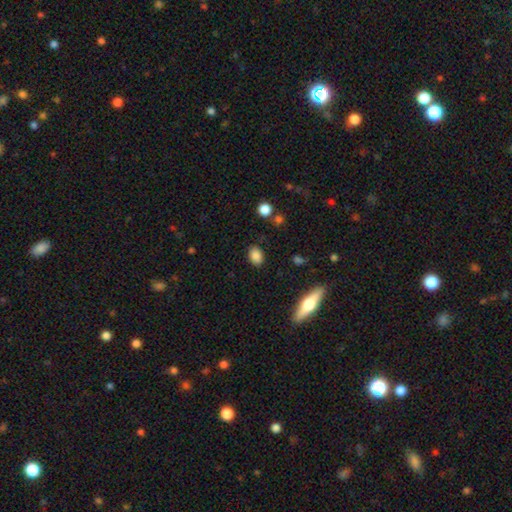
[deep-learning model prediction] Smooth or featured? Predicted: smooth (p=0.85). How rounded? Predicted: in between (p=0.77). Merging? Predicted: none (p=0.85).